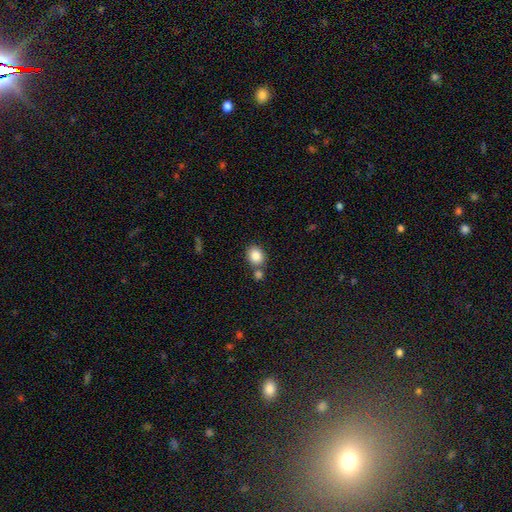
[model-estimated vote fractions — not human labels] smooth_or_featured: smooth (p=0.85) [alt: star or artifact p=0.09]
how_rounded: round (p=0.61) [alt: in between p=0.38]
merging: none (p=0.65) [alt: merger p=0.22]